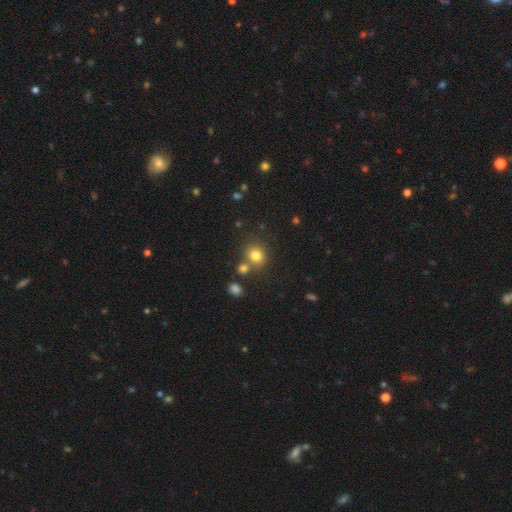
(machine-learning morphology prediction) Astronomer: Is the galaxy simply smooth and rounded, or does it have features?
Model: smooth — 79%.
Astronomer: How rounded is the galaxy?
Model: round — 78%.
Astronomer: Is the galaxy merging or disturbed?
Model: none — 67%.